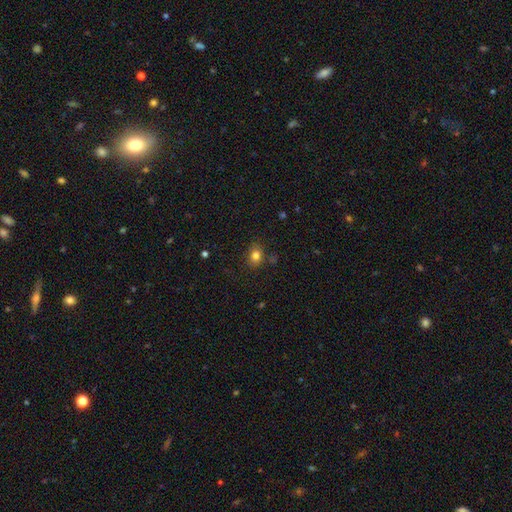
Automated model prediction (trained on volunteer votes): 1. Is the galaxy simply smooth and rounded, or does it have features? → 81% smooth, 12% star or artifact, 7% featured or disk.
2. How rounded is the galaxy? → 56% in between, 43% round, 1% cigar-shaped.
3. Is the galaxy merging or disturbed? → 81% none, 13% minor disturbance, 3% major disturbance, 3% merger.